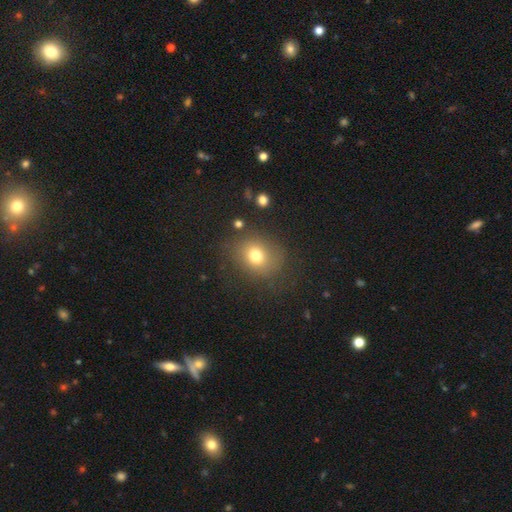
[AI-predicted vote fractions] A smooth galaxy with no disk features (73%) that is round (67%). Merging: none (76%).